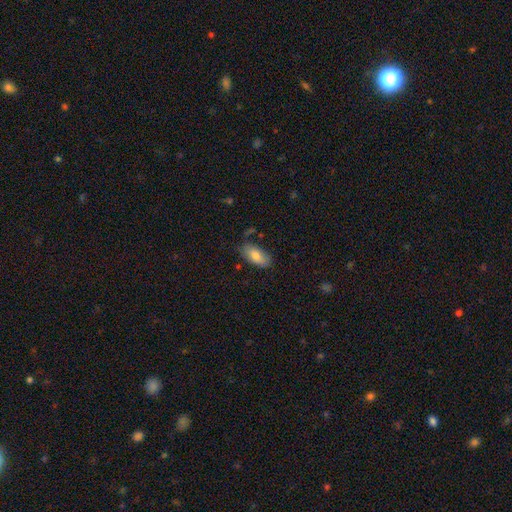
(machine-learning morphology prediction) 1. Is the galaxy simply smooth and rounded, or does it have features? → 80% smooth, 14% featured or disk, 6% star or artifact.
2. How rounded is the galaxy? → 91% in between, 6% cigar-shaped, 2% round.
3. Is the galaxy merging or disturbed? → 76% none, 18% minor disturbance, 3% major disturbance, 3% merger.